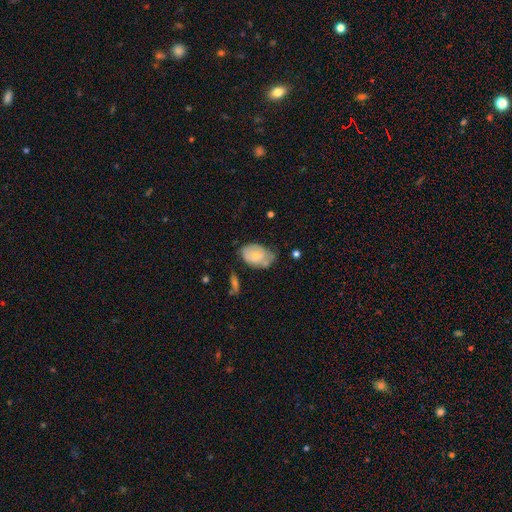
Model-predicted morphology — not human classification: Smooth or featured? smooth (66%)
How rounded? in between (87%)
Merging? none (47%)